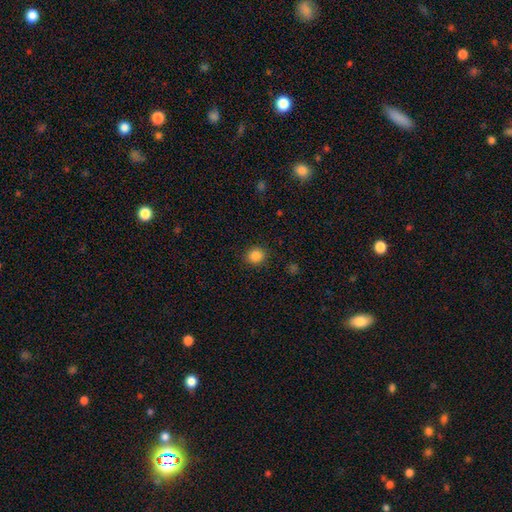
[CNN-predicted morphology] smooth-or-featured: smooth: 86% | star or artifact: 11% | featured or disk: 4%
  how-rounded: round: 81% | in between: 18% | cigar-shaped: 1%
  merging: none: 89% | minor disturbance: 7% | major disturbance: 2% | merger: 1%